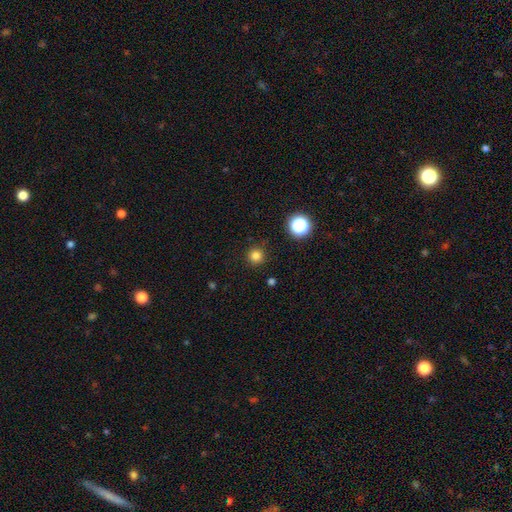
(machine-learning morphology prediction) This is clearly a smooth galaxy (81%). How rounded: clearly round (96%). Merging: clearly none (91%).